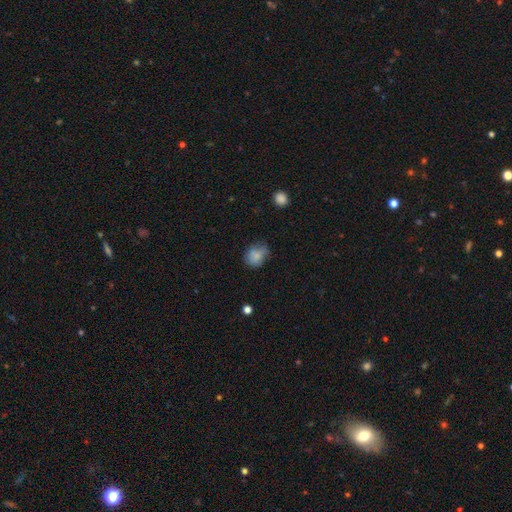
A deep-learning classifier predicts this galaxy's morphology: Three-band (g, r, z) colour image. It shows a smooth galaxy with no disk features (77%) that is in between round and cigar-shaped (50%). Merging: none (53%).